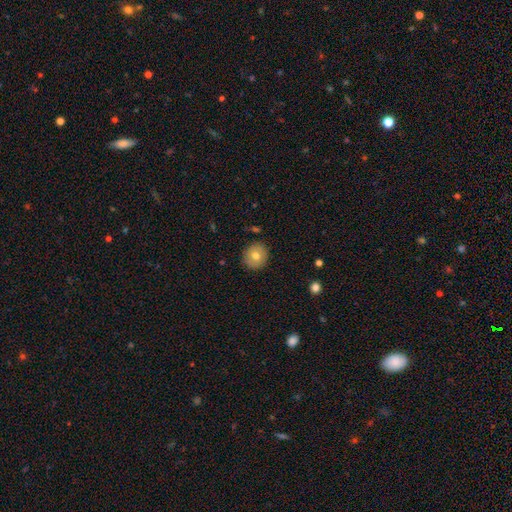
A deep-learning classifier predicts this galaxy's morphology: Overall: smooth (74%). How rounded: round (88%). Merging: none (88%).